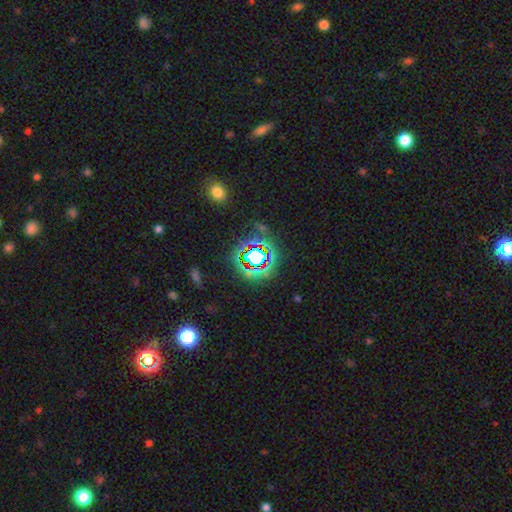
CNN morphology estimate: Smooth or featured? Predicted: star or artifact (p=0.68).